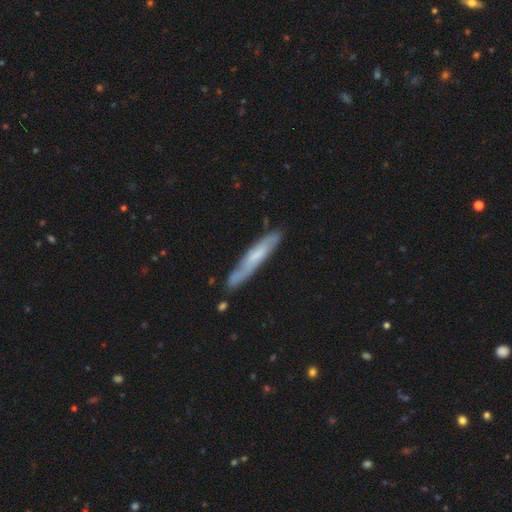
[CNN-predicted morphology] Q: Smooth or featured?
A: featured or disk (49%); runner-up: smooth (45%)
Q: Merging?
A: none (77%); runner-up: minor disturbance (17%)